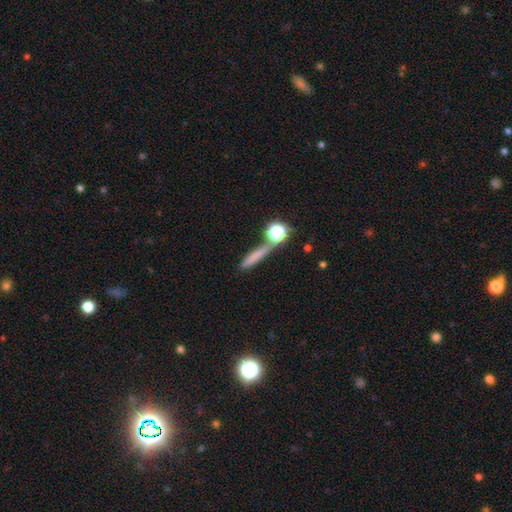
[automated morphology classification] Smooth or featured: smooth — 67% (featured or disk — 19%)
How rounded: cigar-shaped — 75% (round — 13%)
Merging: none — 64% (merger — 17%)